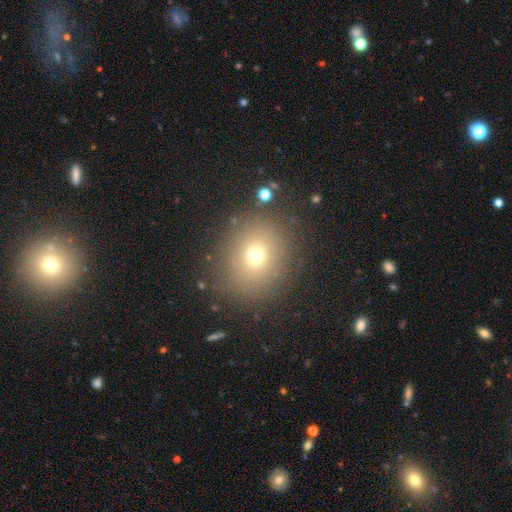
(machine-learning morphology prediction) Smooth or featured: smooth — 68% (star or artifact — 19%)
How rounded: round — 74% (in between — 25%)
Merging: none — 84% (minor disturbance — 9%)